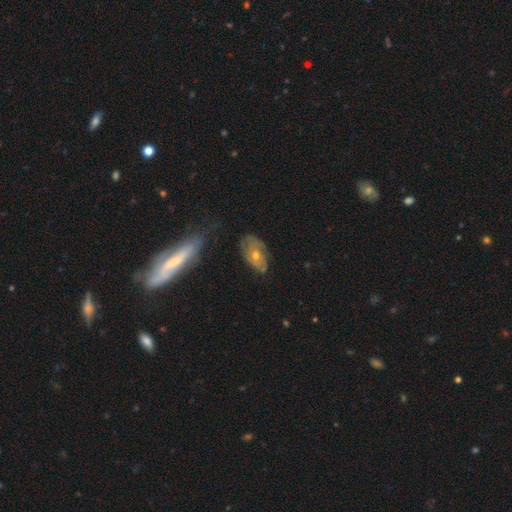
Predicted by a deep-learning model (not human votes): smooth_or_featured: featured or disk (p=0.58) [alt: smooth p=0.33]
disk_edge_on: no (p=0.85) [alt: yes p=0.15]
merging: none (p=0.58) [alt: minor disturbance p=0.26]